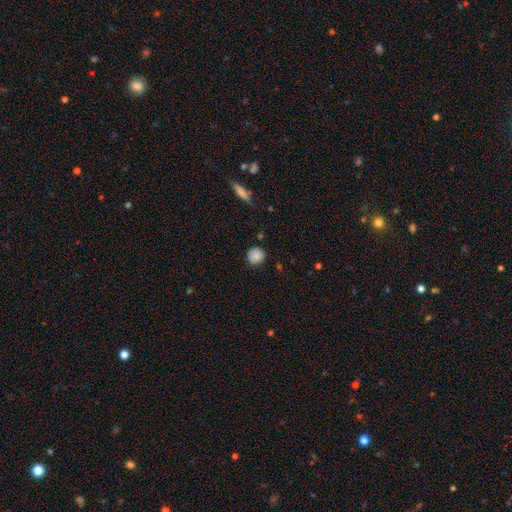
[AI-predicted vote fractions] Smooth or featured: smooth — 86% (star or artifact — 9%)
How rounded: round — 92% (in between — 7%)
Merging: none — 85% (minor disturbance — 11%)